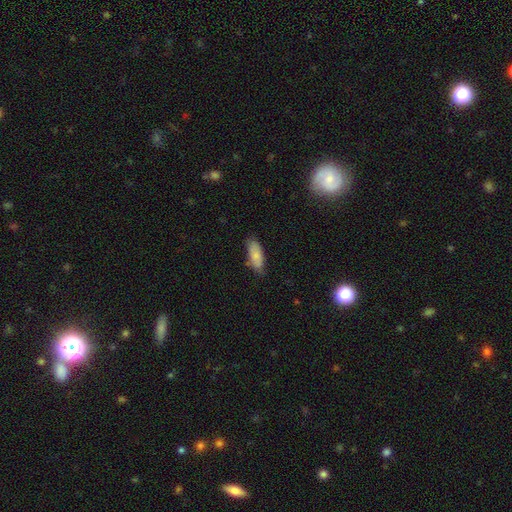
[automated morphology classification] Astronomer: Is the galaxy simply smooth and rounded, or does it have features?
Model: smooth — 80%.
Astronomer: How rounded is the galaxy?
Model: in between — 77%.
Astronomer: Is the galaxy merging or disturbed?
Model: none — 74%.